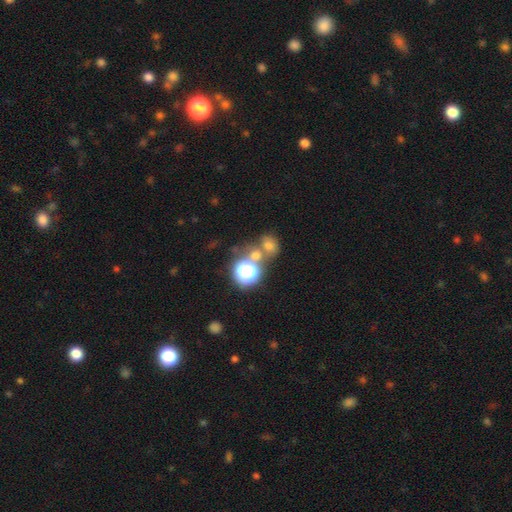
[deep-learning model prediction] Smooth or featured? smooth (59%)
How rounded? round (75%)
Merging? none (48%)